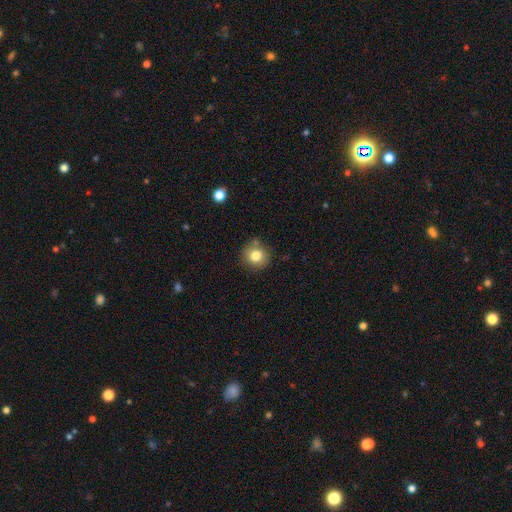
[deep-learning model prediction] This appears to be a smooth galaxy with no disk features (80%) that is round (88%). Merging: none (80%).